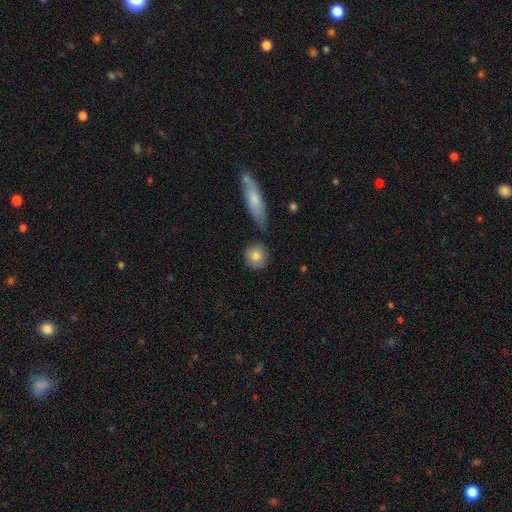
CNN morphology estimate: Smooth or featured: smooth — 82% (featured or disk — 11%)
How rounded: round — 89% (in between — 9%)
Merging: none — 80% (minor disturbance — 11%)